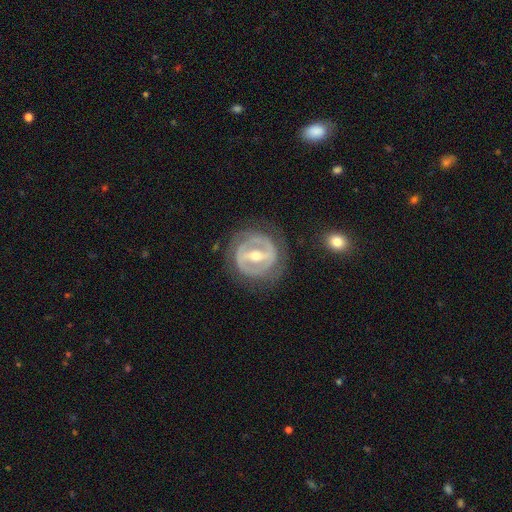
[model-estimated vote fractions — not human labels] featured or disk 82%, smooth 13%, star or artifact 5%. Down the decision tree: edge-on disk — no (94%); bar — strong (69%); spiral arms — yes (59%); bulge size — moderate (70%); merging — none (77%).